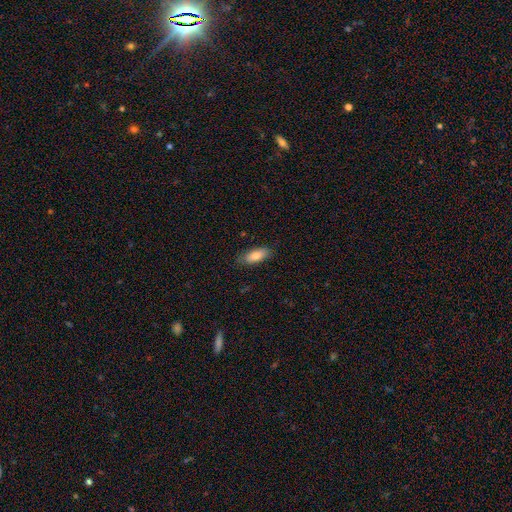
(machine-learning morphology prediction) smooth_or_featured: smooth (p=0.80) [alt: featured or disk p=0.14]
how_rounded: in between (p=0.78) [alt: cigar-shaped p=0.20]
merging: none (p=0.83) [alt: minor disturbance p=0.13]